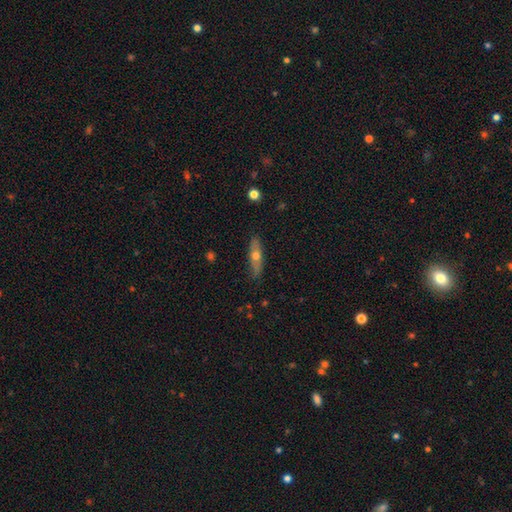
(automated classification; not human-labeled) Q: Smooth or featured?
A: featured or disk (48%); runner-up: smooth (46%)
Q: Merging?
A: none (85%); runner-up: minor disturbance (11%)